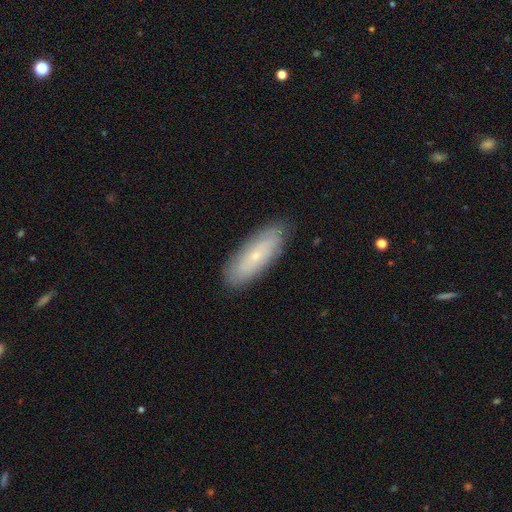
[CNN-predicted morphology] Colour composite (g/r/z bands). It shows a smooth galaxy with no disk features (56%) that is in between round and cigar-shaped (61%). Merging: none (86%).